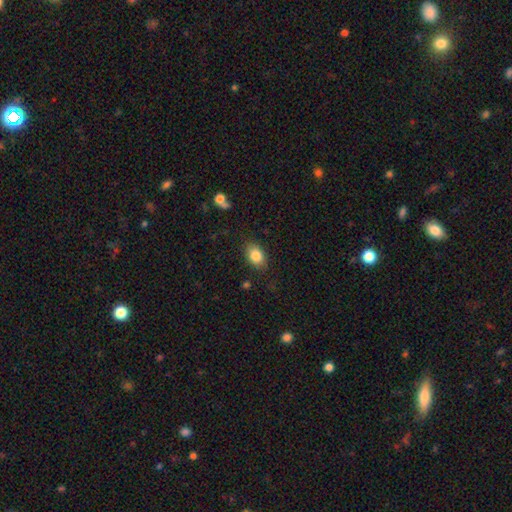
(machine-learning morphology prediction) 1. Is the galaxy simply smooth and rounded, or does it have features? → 84% smooth, 8% featured or disk, 8% star or artifact.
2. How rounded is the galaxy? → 84% in between, 15% round, 2% cigar-shaped.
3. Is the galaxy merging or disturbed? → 85% none, 11% minor disturbance, 3% major disturbance, 1% merger.